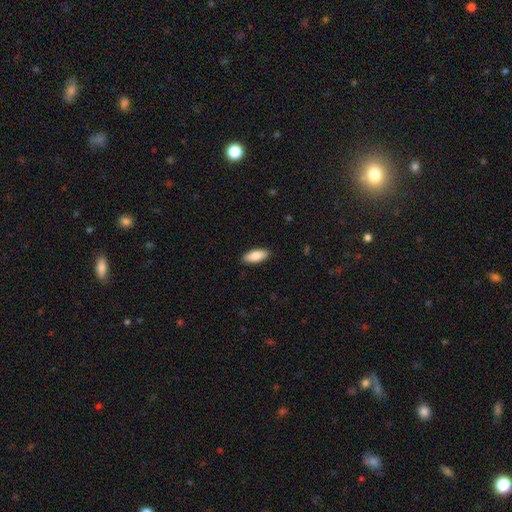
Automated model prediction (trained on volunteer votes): Smooth or featured?
  - smooth: 86% *
  - featured or disk: 9%
  - star or artifact: 6%
How rounded?
  - in between: 82% *
  - cigar-shaped: 16%
  - round: 2%
Merging?
  - none: 90% *
  - minor disturbance: 8%
  - major disturbance: 2%
  - merger: 1%